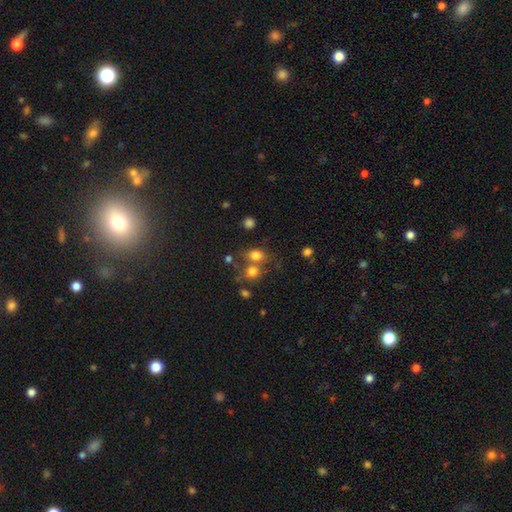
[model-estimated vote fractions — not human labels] This appears to be a smooth galaxy with no disk features (77%) that is round (57%). Merging: none (47%).